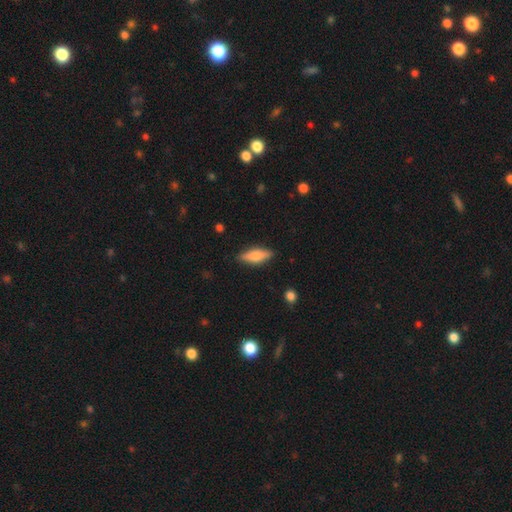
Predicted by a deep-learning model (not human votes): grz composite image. It shows a smooth galaxy with no disk features (66%) that is in between round and cigar-shaped (56%). Merging: none (85%).